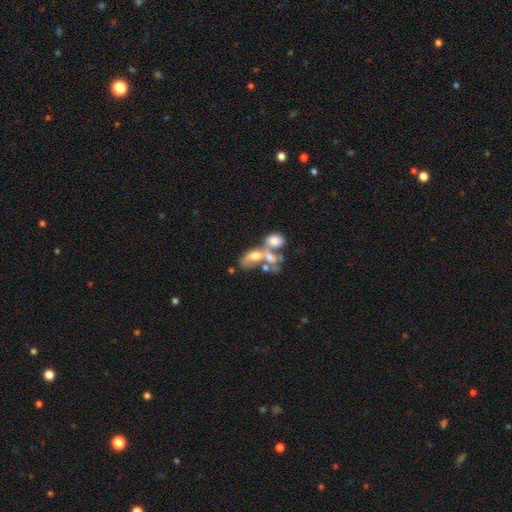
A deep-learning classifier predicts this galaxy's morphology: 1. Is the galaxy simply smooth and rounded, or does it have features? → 45% smooth, 40% featured or disk, 15% star or artifact.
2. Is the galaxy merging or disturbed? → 67% merger, 14% none, 13% major disturbance, 7% minor disturbance.